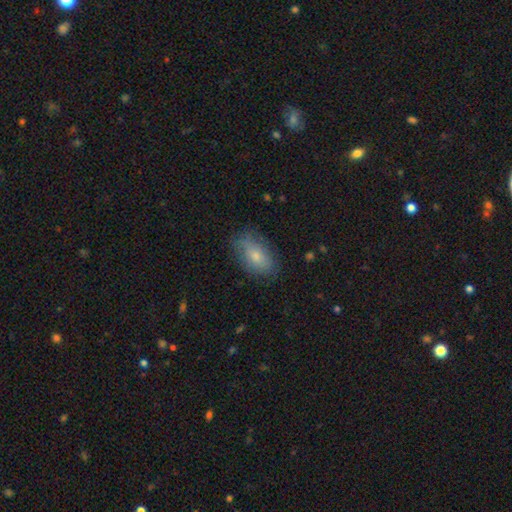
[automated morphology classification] A smooth galaxy with no disk features (68%) that is in between round and cigar-shaped (88%).

Vote fractions:
- Smooth or featured? smooth: 68% / featured or disk: 23% / star or artifact: 10%
- How rounded? in between: 88% / round: 7% / cigar-shaped: 5%
- Merging? none: 74% / minor disturbance: 20% / major disturbance: 5% / merger: 1%